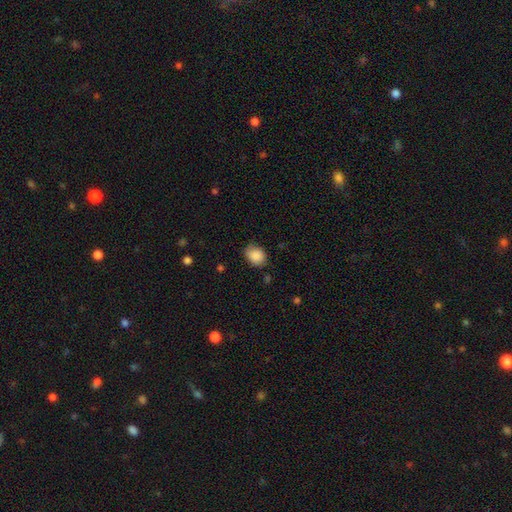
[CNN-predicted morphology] type=smooth (88%); roundness=in between (60%); merging=none (73%).